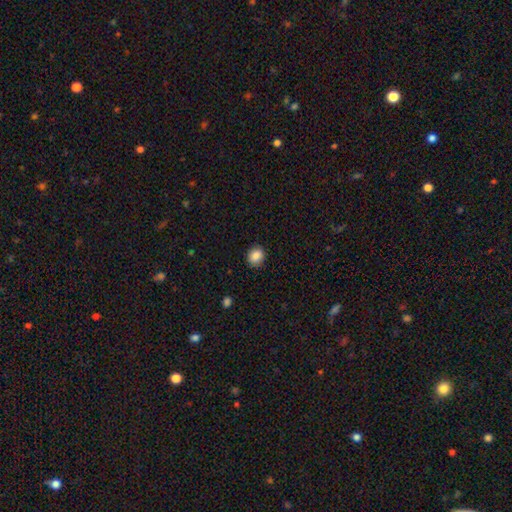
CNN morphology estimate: smooth 86%, star or artifact 9%, featured or disk 4%. Down the decision tree: how rounded — round (75%); merging — none (88%).